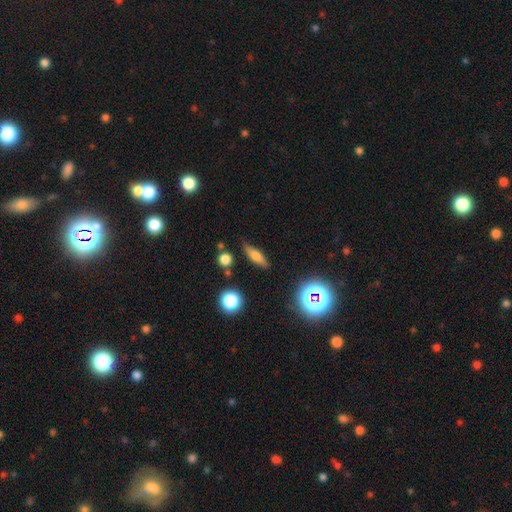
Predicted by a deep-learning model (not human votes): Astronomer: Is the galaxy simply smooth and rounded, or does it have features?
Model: smooth — 54% (runner-up: featured or disk, 34%).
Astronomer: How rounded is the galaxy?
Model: cigar-shaped — 59%.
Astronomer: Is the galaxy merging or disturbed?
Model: none — 81%.